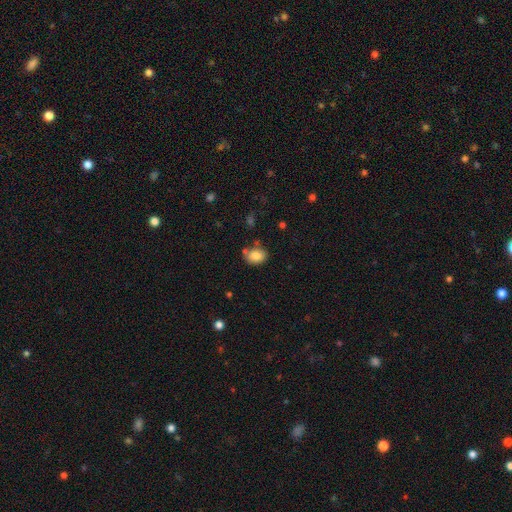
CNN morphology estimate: Smooth or featured? Predicted: smooth (p=0.83). How rounded? Predicted: in between (p=0.61). Merging? Predicted: none (p=0.72).